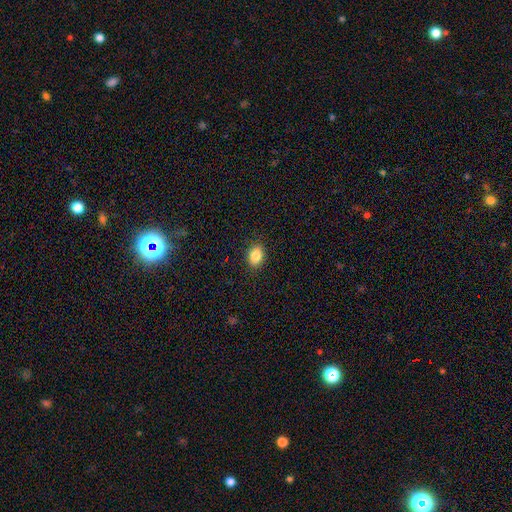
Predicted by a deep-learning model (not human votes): Morphology: type=smooth (85%); roundness=in between (72%); merging=none (89%).